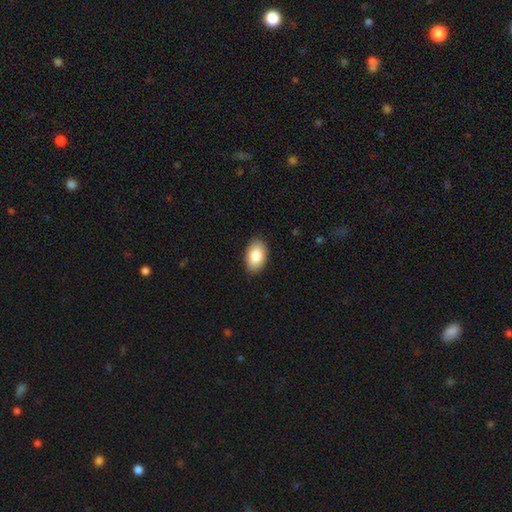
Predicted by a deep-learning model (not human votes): Smooth or featured? Predicted: smooth (p=0.86). How rounded? Predicted: in between (p=0.93). Merging? Predicted: none (p=0.88).